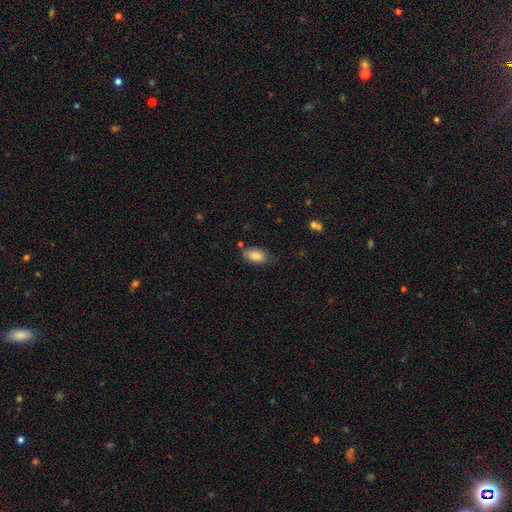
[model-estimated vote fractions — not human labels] smooth_or_featured: smooth (p=0.87) [alt: star or artifact p=0.07]
how_rounded: in between (p=0.92) [alt: round p=0.05]
merging: none (p=0.71) [alt: minor disturbance p=0.21]